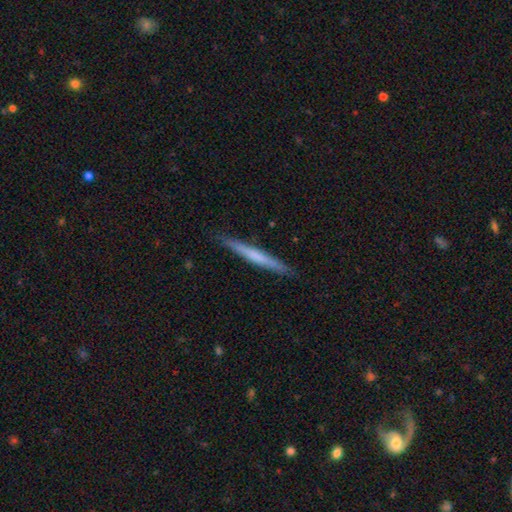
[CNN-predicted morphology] Q: Smooth or featured?
A: smooth (53%); runner-up: featured or disk (42%)
Q: How rounded?
A: cigar-shaped (97%); runner-up: in between (2%)
Q: Merging?
A: none (91%); runner-up: minor disturbance (7%)